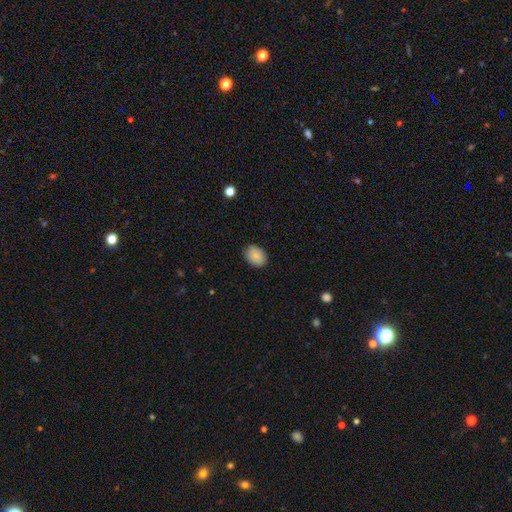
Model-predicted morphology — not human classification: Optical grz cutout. It shows a smooth galaxy with no disk features (86%) that is in between round and cigar-shaped (72%). Merging: none (86%).